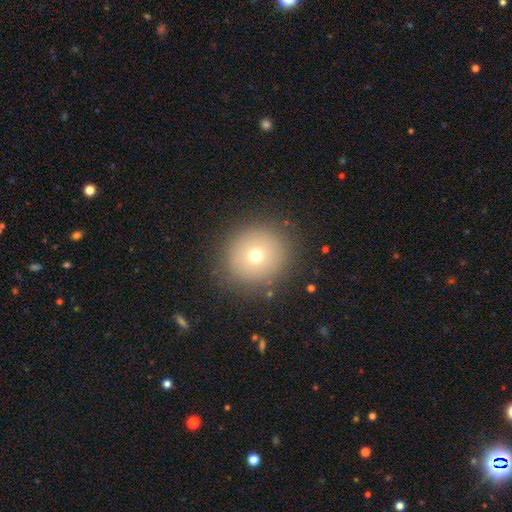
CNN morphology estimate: This is likely a smooth galaxy (68%). How rounded: clearly round (90%). Merging: clearly none (87%).